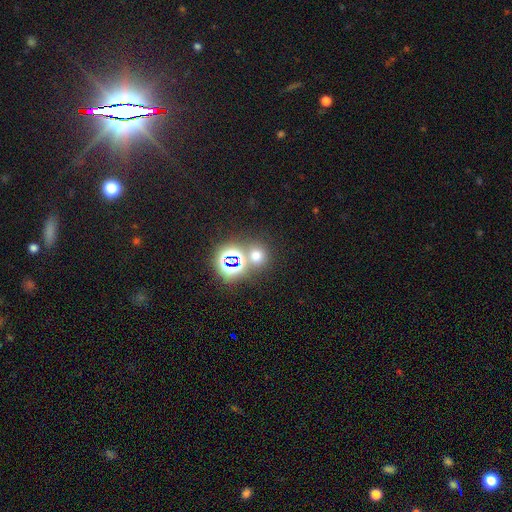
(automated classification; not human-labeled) Overall: smooth (55%; star or artifact 38%). How rounded: round (85%). Merging: none (67%).